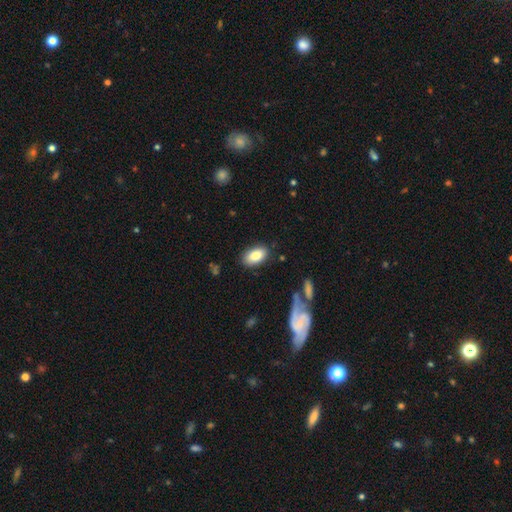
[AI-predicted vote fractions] The model was most divided on "merging": none: 85%, minor disturbance: 11%, major disturbance: 3%, merger: 2%. More confident: how rounded — in between (93%); smooth or featured — smooth (85%).